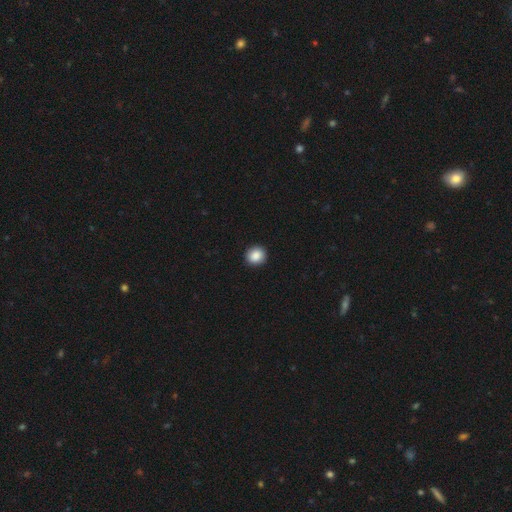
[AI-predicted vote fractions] Morphology: type=smooth (88%); roundness=round (88%); merging=none (92%).